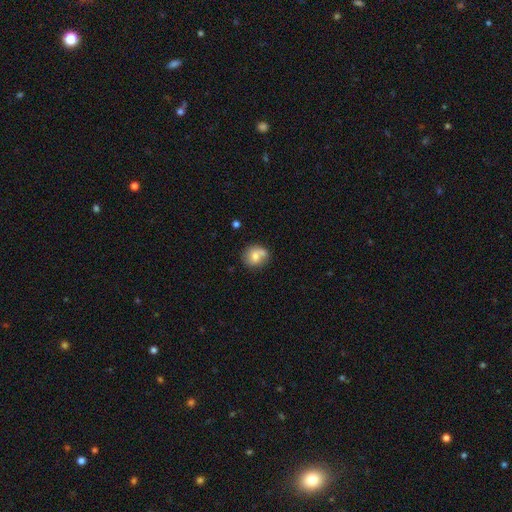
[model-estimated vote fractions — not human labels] Q: Smooth or featured?
A: smooth (68%); runner-up: featured or disk (23%)
Q: How rounded?
A: round (74%); runner-up: in between (25%)
Q: Merging?
A: none (50%); runner-up: merger (24%)